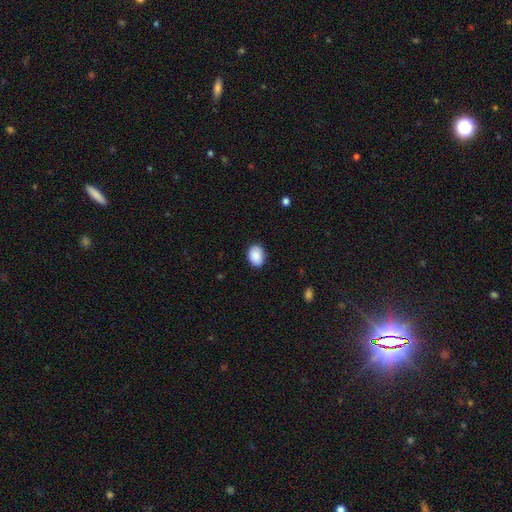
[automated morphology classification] smooth-or-featured: smooth: 89% | star or artifact: 7% | featured or disk: 4%
  how-rounded: in between: 70% | round: 29% | cigar-shaped: 1%
  merging: none: 85% | minor disturbance: 11% | major disturbance: 2% | merger: 1%